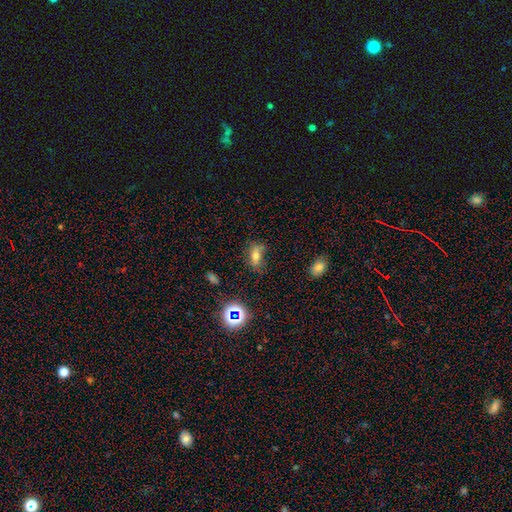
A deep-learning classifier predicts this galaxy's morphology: Smooth or featured: smooth — 62% (featured or disk — 19%)
How rounded: in between — 79% (cigar-shaped — 10%)
Merging: none — 58% (minor disturbance — 26%)